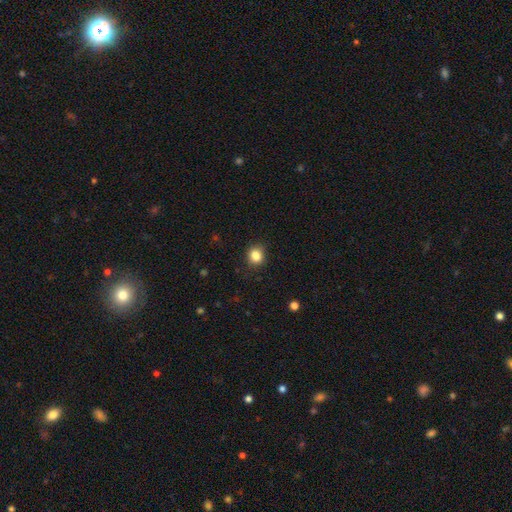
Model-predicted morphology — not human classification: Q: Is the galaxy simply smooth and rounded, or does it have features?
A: smooth — 85%.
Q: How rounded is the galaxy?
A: round — 77%.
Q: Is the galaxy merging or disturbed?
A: none — 87%.